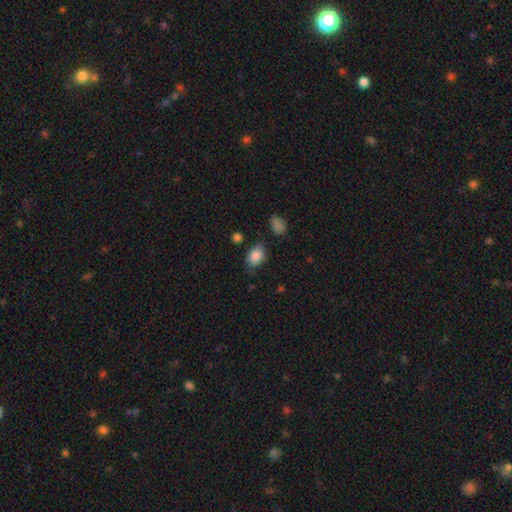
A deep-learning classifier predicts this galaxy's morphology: Smooth or featured? smooth (85%)
How rounded? in between (81%)
Merging? none (72%)